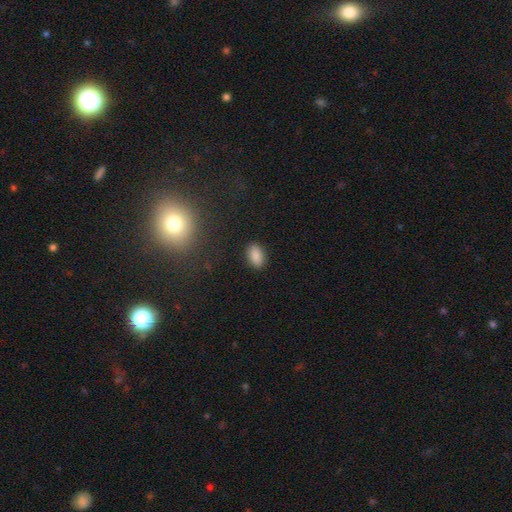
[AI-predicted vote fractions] Overall: smooth (87%). How rounded: in between (91%). Merging: none (88%).